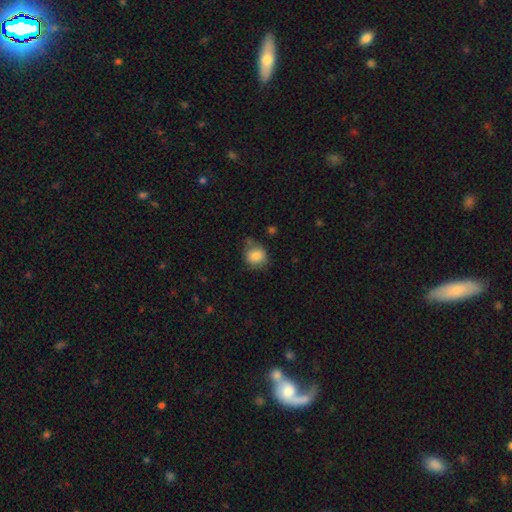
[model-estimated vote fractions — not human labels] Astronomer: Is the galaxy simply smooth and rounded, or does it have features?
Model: smooth — 84%.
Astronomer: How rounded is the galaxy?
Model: round — 73%.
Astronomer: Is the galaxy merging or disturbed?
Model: none — 59%.